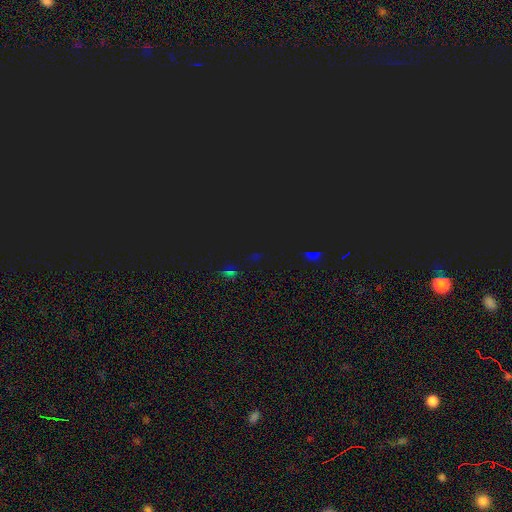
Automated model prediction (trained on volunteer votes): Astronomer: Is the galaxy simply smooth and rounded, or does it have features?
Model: star or artifact — 77%.